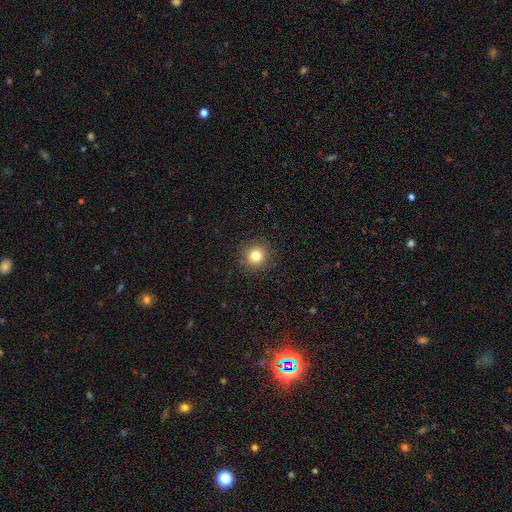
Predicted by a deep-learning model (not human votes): smooth 81%, star or artifact 13%, featured or disk 7%. Down the decision tree: how rounded — round (94%); merging — none (91%).